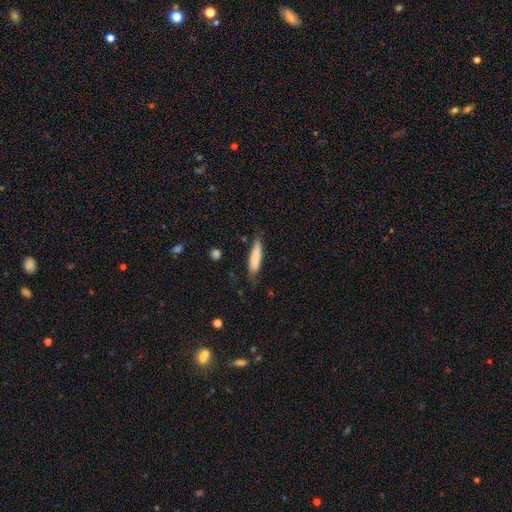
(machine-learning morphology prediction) Overall: smooth (80%). How rounded: cigar-shaped (70%). Merging: none (69%).